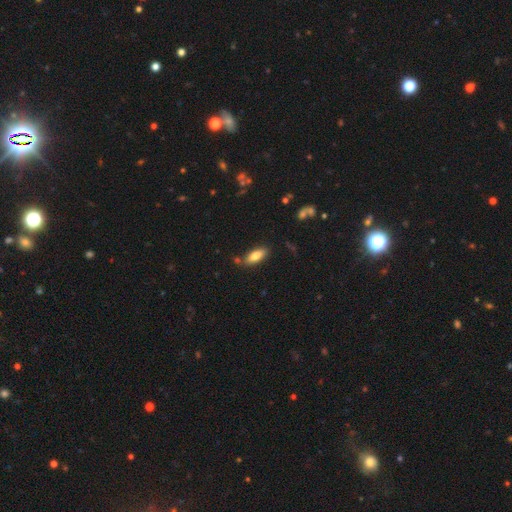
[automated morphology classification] Smooth or featured? smooth (78%)
How rounded? in between (74%)
Merging? none (78%)